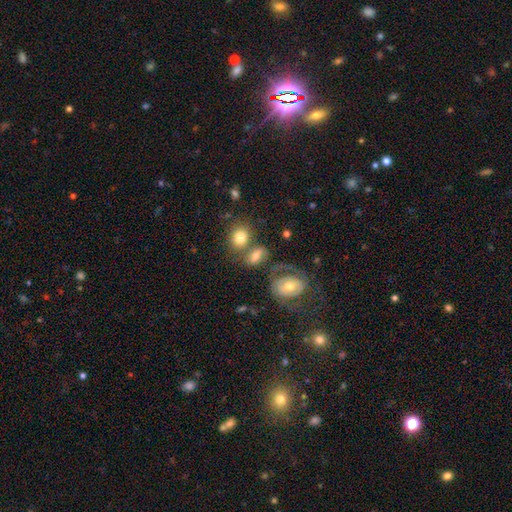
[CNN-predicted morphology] A smooth galaxy with no disk features (63%) that is in between round and cigar-shaped (68%).

Vote fractions:
- Smooth or featured? smooth: 63% / featured or disk: 27% / star or artifact: 10%
- How rounded? in between: 68% / round: 30% / cigar-shaped: 3%
- Merging? none: 41% / merger: 32% / minor disturbance: 15% / major disturbance: 11%